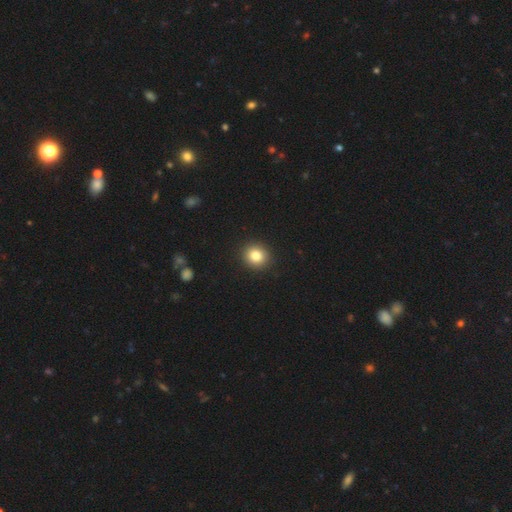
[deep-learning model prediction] A smooth galaxy with no disk features (82%) that is round (84%). Merging: none (92%).